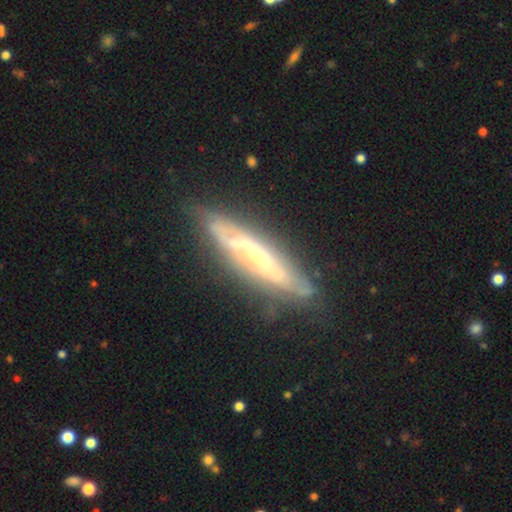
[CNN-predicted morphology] A featured or disk galaxy (71%) viewed edge-on (63%). Merging: none (73%).